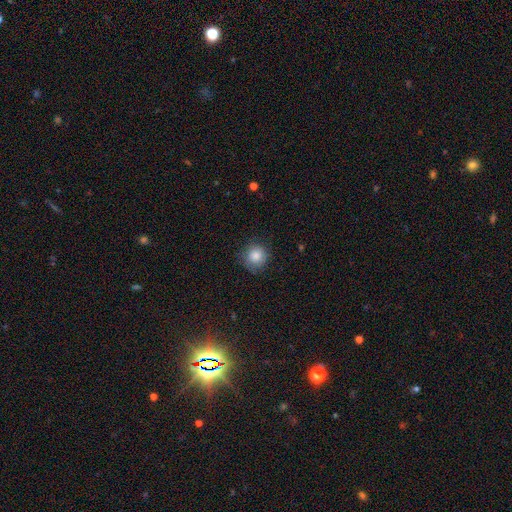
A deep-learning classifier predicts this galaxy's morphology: Q: Smooth or featured?
A: smooth (85%); runner-up: star or artifact (9%)
Q: How rounded?
A: round (92%); runner-up: in between (7%)
Q: Merging?
A: none (80%); runner-up: minor disturbance (15%)